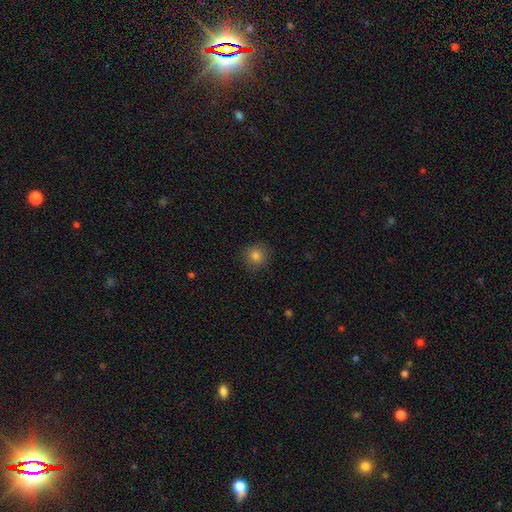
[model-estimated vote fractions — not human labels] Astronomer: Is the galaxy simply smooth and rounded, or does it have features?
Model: smooth — 82%.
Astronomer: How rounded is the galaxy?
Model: round — 89%.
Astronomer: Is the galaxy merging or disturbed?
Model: none — 86%.